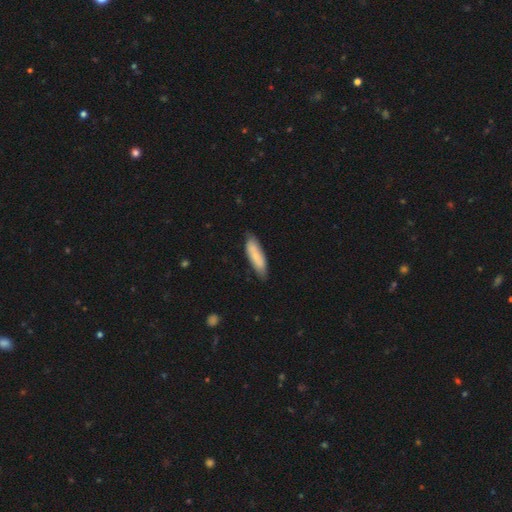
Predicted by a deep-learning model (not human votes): This is likely a smooth galaxy (72%). How rounded: possibly cigar-shaped (53%). Merging: likely none (74%).